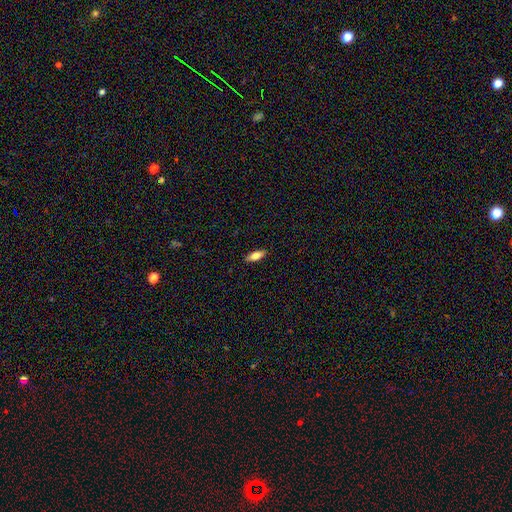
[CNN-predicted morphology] Smooth or featured? smooth (72%)
How rounded? in between (66%)
Merging? none (89%)